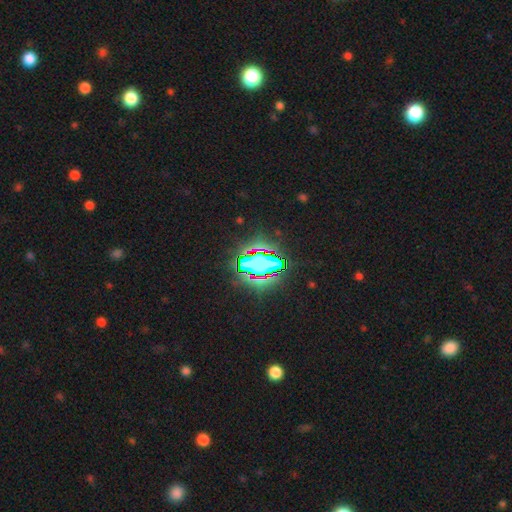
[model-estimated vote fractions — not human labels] star or artifact 78%, smooth 13%, featured or disk 10%.